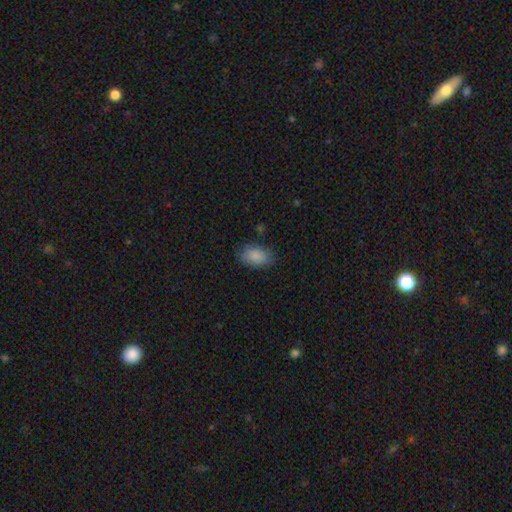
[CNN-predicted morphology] A smooth galaxy with no disk features (88%) that is in between round and cigar-shaped (90%). Merging: none (79%).